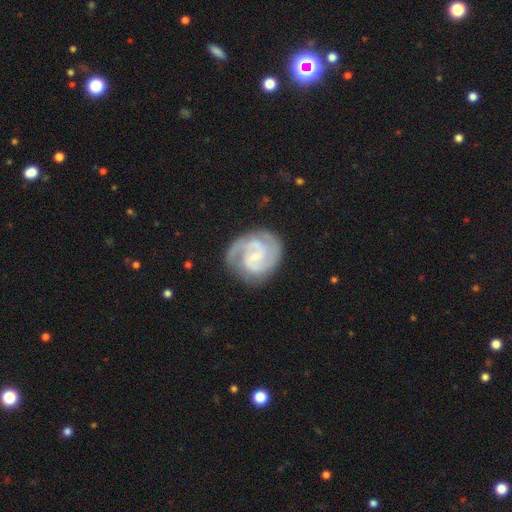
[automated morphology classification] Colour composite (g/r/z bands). It shows a featured or disk galaxy (86%) with a weak bar (51%), 2 (67%) tight (48%) spiral arms (97%) and a small central bulge (71%). Merging: none (73%).